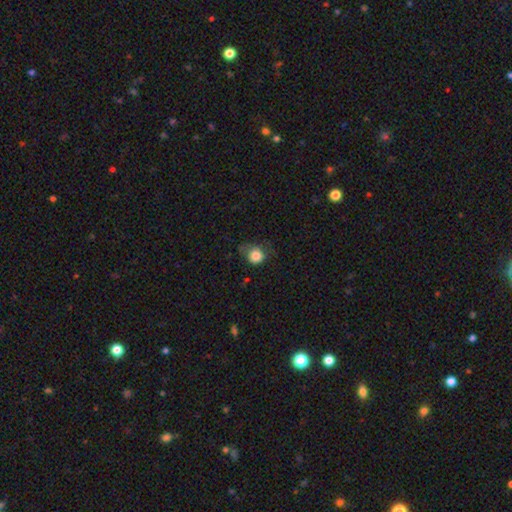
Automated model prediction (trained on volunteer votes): smooth_or_featured: smooth (p=0.82) [alt: star or artifact p=0.09]
how_rounded: round (p=0.80) [alt: in between p=0.19]
merging: none (p=0.49) [alt: minor disturbance p=0.33]